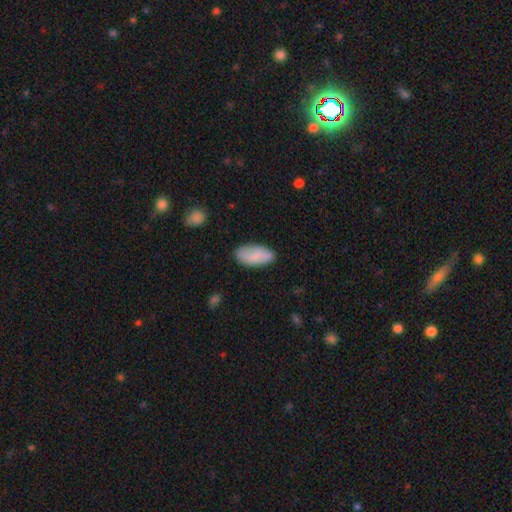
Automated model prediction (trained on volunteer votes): A smooth galaxy with no disk features (76%) that is in between round and cigar-shaped (92%). Merging: none (80%).